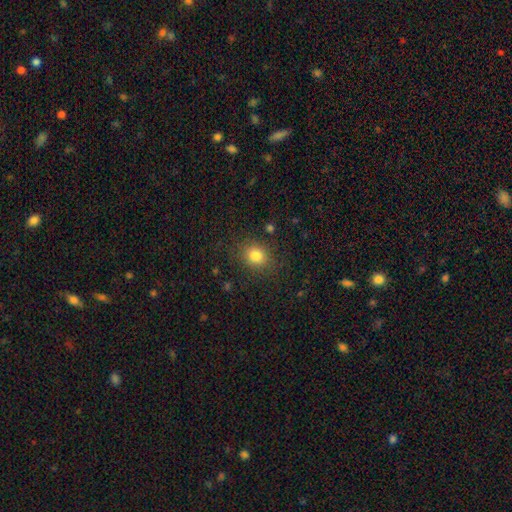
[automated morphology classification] The model was most divided on "how rounded": round: 63%, in between: 36%, cigar-shaped: 1%. More confident: merging — none (85%); smooth or featured — smooth (81%).